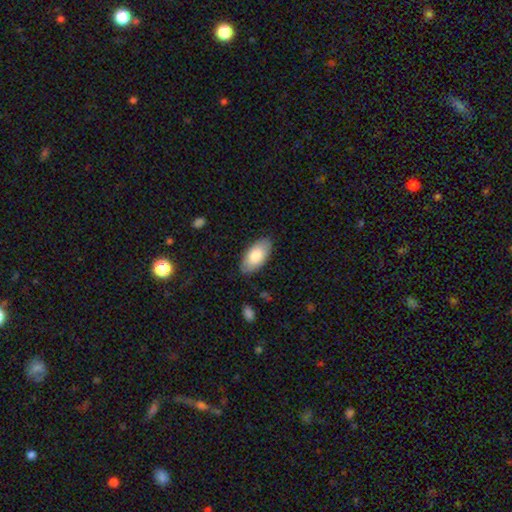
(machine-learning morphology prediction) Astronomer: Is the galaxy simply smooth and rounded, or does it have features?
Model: smooth — 81%.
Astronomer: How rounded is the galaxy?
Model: in between — 94%.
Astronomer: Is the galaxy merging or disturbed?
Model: none — 85%.